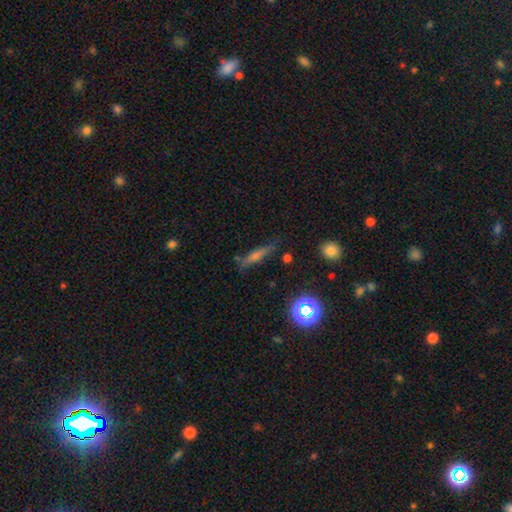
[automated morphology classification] Smooth or featured? featured or disk (43%)
Merging? none (81%)